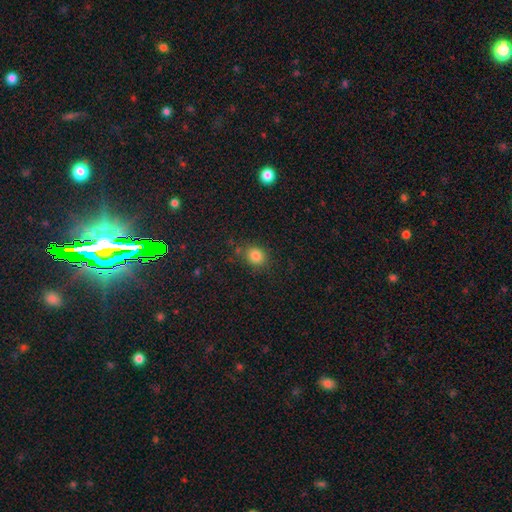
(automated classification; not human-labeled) smooth 82%, star or artifact 12%, featured or disk 5%. Down the decision tree: how rounded — round (72%); merging — none (78%).